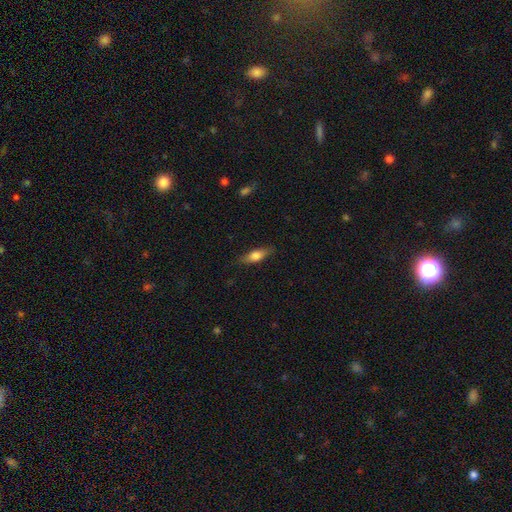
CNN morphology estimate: This is likely a smooth galaxy (68%). How rounded: likely in between (62%). Merging: clearly none (82%).